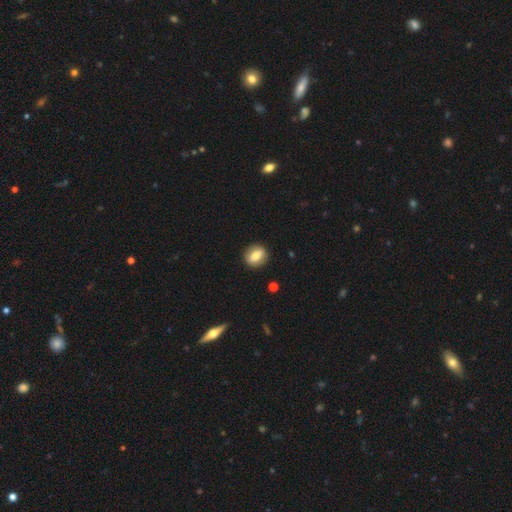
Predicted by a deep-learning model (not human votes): Smooth or featured? smooth (65%)
How rounded? round (54%)
Merging? none (89%)